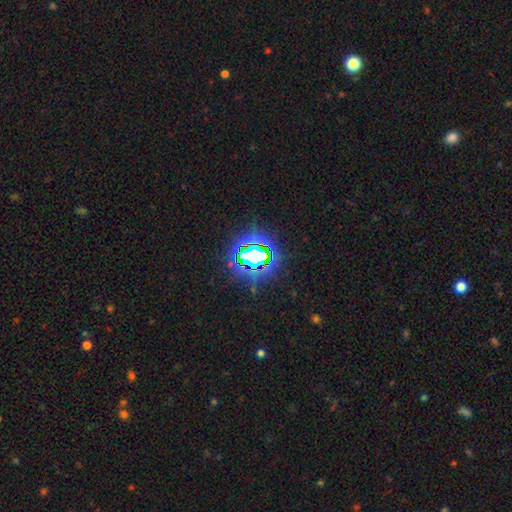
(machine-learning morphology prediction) Smooth or featured? Predicted: star or artifact (p=0.74).